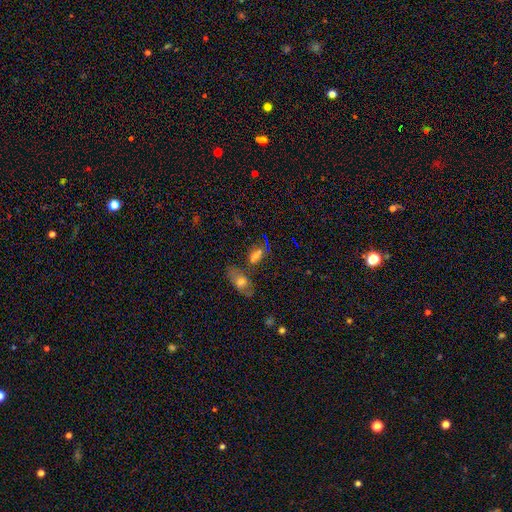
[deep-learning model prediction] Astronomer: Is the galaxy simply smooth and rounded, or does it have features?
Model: smooth — 51% (runner-up: star or artifact, 30%).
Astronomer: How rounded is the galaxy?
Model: in between — 75%.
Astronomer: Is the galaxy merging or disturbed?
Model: none — 55%.